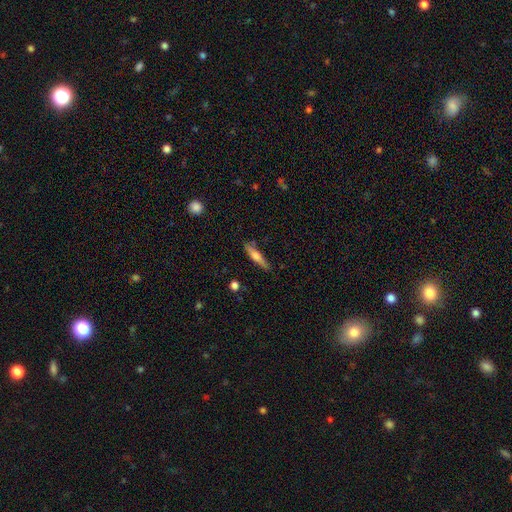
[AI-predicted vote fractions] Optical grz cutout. It shows a smooth galaxy with no disk features (47%). Merging: none (82%).